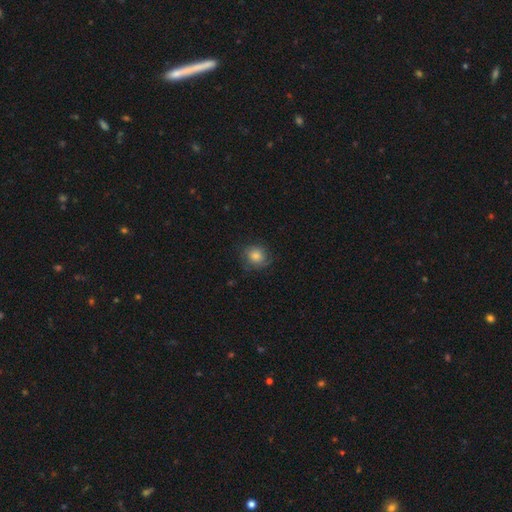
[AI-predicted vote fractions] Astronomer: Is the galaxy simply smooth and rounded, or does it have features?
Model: smooth — 73%.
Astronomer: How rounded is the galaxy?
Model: round — 80%.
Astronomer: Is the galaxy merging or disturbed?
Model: none — 71%.